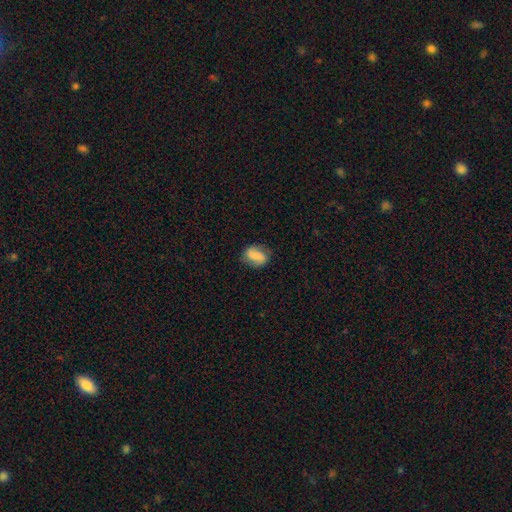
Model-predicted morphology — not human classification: Q: Smooth or featured?
A: smooth (51%); runner-up: featured or disk (41%)
Q: How rounded?
A: in between (65%); runner-up: round (33%)
Q: Merging?
A: none (76%); runner-up: minor disturbance (17%)